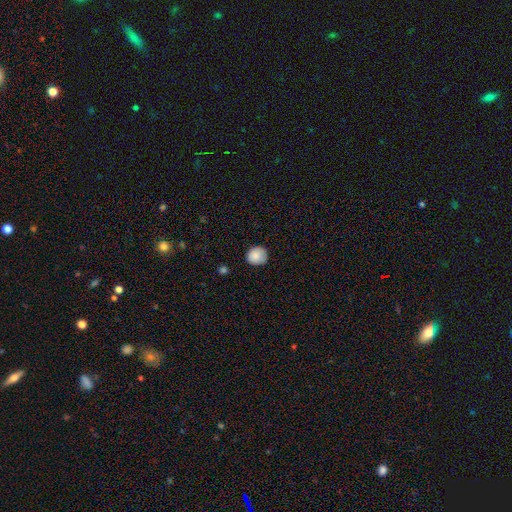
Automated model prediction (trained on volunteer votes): smooth-or-featured: smooth: 85% | star or artifact: 8% | featured or disk: 7%
  how-rounded: round: 87% | in between: 12% | cigar-shaped: 1%
  merging: none: 81% | minor disturbance: 15% | major disturbance: 3% | merger: 1%